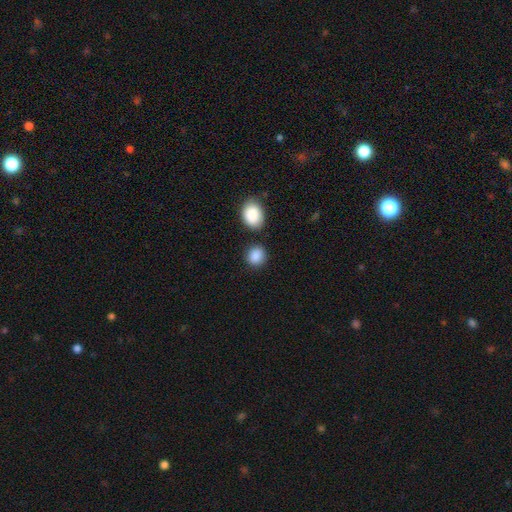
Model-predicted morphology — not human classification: A smooth galaxy with no disk features (88%) that is round (74%).

Vote fractions:
- Smooth or featured? smooth: 88% / star or artifact: 8% / featured or disk: 4%
- How rounded? round: 74% / in between: 25% / cigar-shaped: 1%
- Merging? none: 77% / minor disturbance: 11% / merger: 9% / major disturbance: 3%